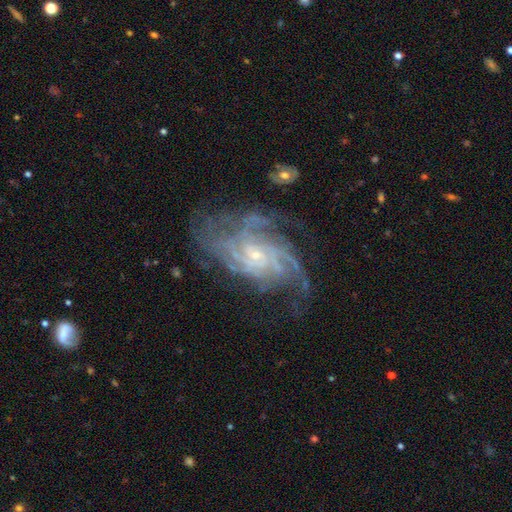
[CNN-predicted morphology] Smooth or featured? featured or disk (87%)
Edge-on disk? no (97%)
Bar? no (69%)
Spiral arms? yes (96%)
Spiral winding? tight (54%)
Spiral arm count? 4 (27%)
Bulge size? small (81%)
Merging? none (60%)